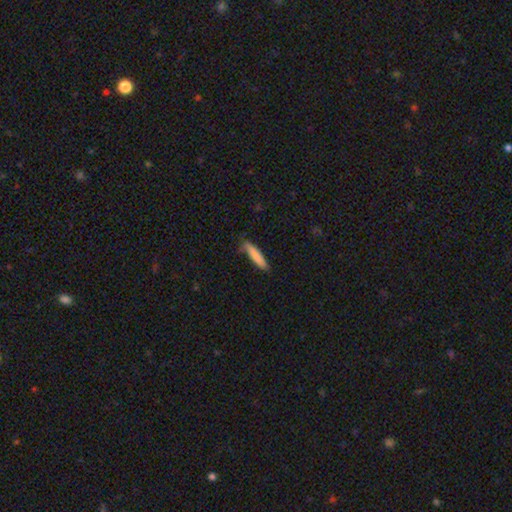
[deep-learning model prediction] Smooth or featured? Predicted: smooth (p=0.83). How rounded? Predicted: cigar-shaped (p=0.85). Merging? Predicted: none (p=0.75).